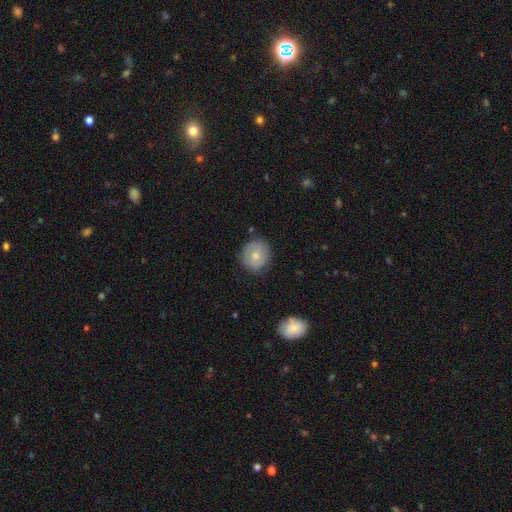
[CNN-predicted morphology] smooth-or-featured: smooth: 70% | featured or disk: 23% | star or artifact: 7%
  how-rounded: round: 84% | in between: 15% | cigar-shaped: 1%
  merging: none: 82% | minor disturbance: 13% | major disturbance: 3% | merger: 2%